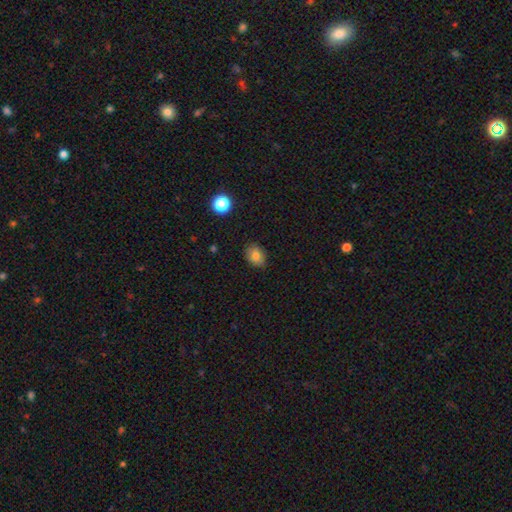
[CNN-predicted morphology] smooth 80%, star or artifact 11%, featured or disk 10%. Down the decision tree: how rounded — in between (62%); merging — none (83%).